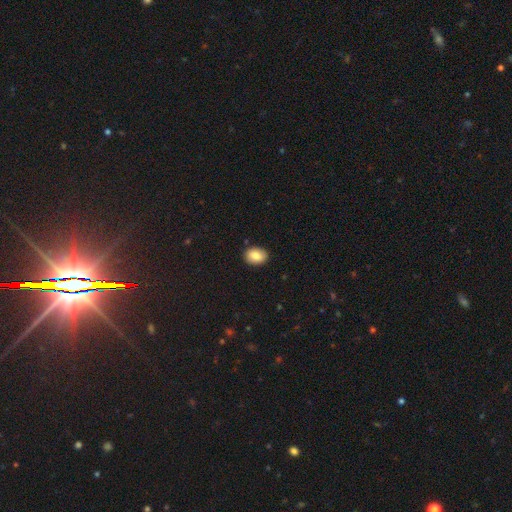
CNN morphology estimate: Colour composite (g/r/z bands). It shows a smooth galaxy with no disk features (85%) that is in between round and cigar-shaped (72%). Merging: none (88%).